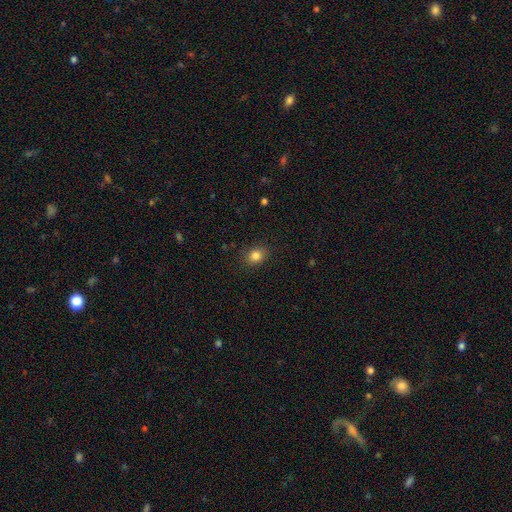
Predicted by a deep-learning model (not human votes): Smooth or featured: smooth — 83% (star or artifact — 11%)
How rounded: round — 60% (in between — 39%)
Merging: none — 87% (minor disturbance — 9%)